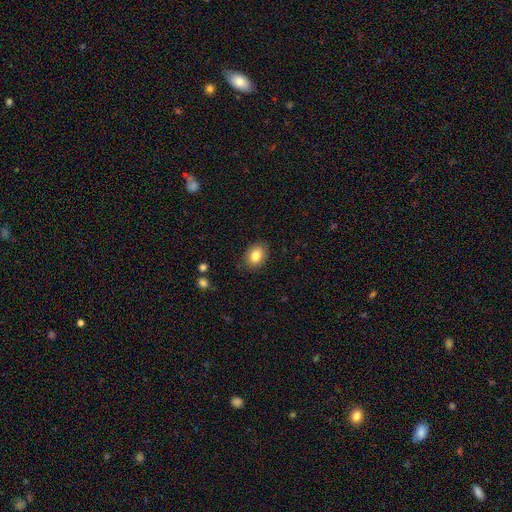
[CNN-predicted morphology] This appears to be a smooth galaxy with no disk features (84%) that is in between round and cigar-shaped (67%). Merging: none (87%).